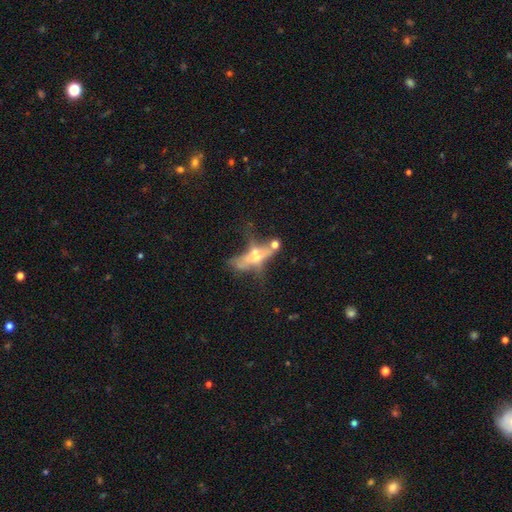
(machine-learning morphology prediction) Overall: featured or disk (59%; smooth 27%). Edge-on disk: no (57%; yes 43%). Merging: merger (36%; major disturbance 26%).